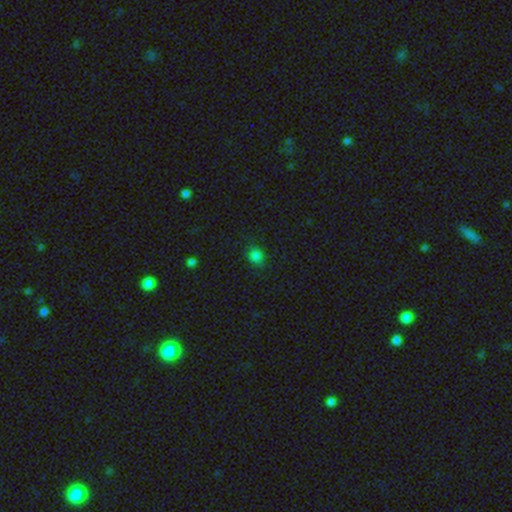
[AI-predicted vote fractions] A smooth galaxy with no disk features (78%) that is round (76%). Merging: none (82%).